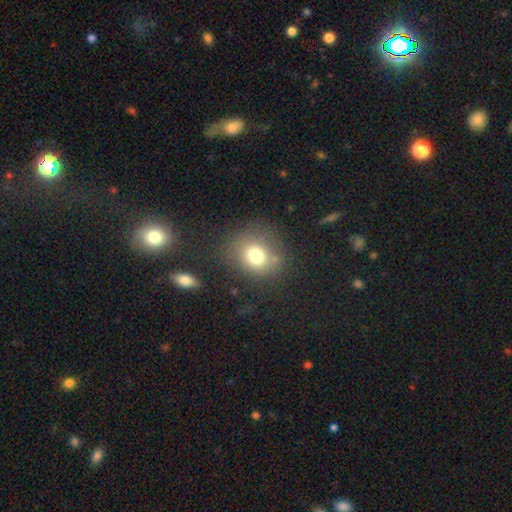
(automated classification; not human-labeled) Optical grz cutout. It shows a smooth galaxy with no disk features (74%) that is round (71%). Merging: none (72%).